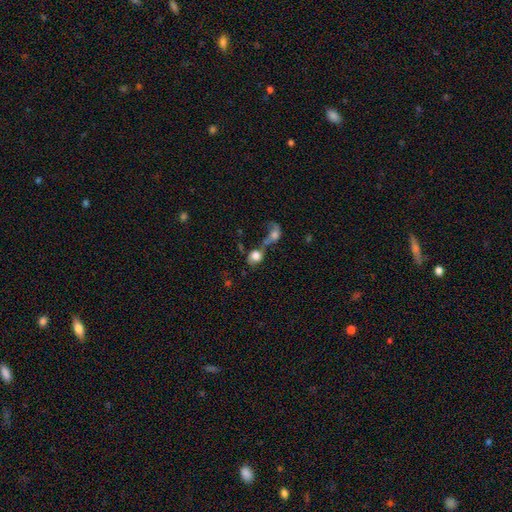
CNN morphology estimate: Q: Smooth or featured?
A: smooth (69%); runner-up: featured or disk (21%)
Q: How rounded?
A: round (58%); runner-up: in between (40%)
Q: Merging?
A: merger (66%); runner-up: none (14%)